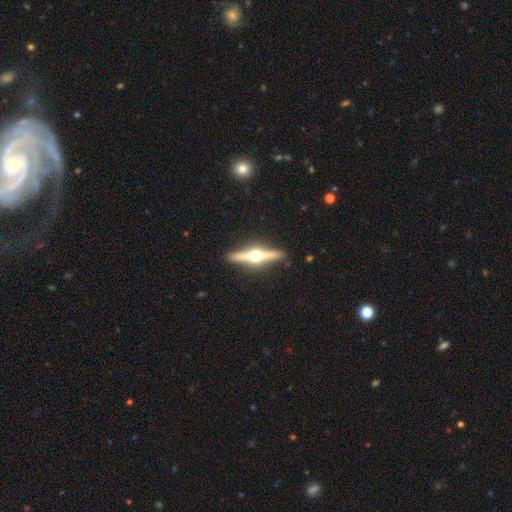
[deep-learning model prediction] Smooth or featured?
  - featured or disk: 82% *
  - smooth: 13%
  - star or artifact: 5%
Edge-on disk?
  - yes: 98% *
  - no: 2%
Edge-on bulge?
  - rounded: 97% *
  - boxy: 2%
  - none: 1%
Merging?
  - none: 91% *
  - minor disturbance: 6%
  - major disturbance: 1%
  - merger: 1%